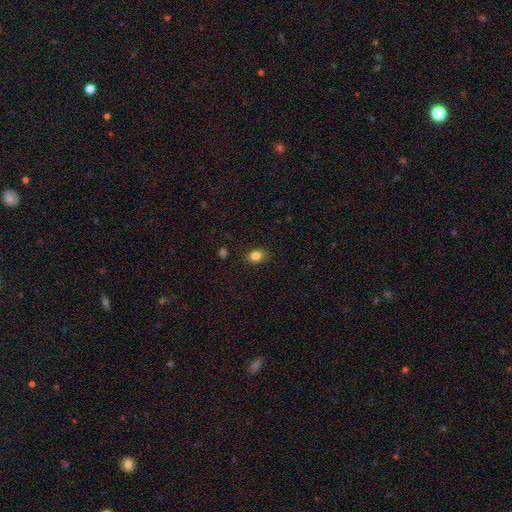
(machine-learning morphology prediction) Q: Smooth or featured?
A: smooth (84%); runner-up: star or artifact (10%)
Q: How rounded?
A: in between (73%); runner-up: round (26%)
Q: Merging?
A: none (86%); runner-up: minor disturbance (10%)